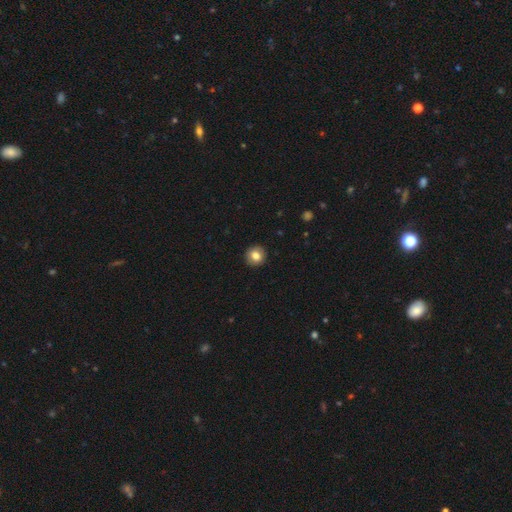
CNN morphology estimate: smooth 82%, featured or disk 9%, star or artifact 9%. Down the decision tree: how rounded — round (91%); merging — none (92%).